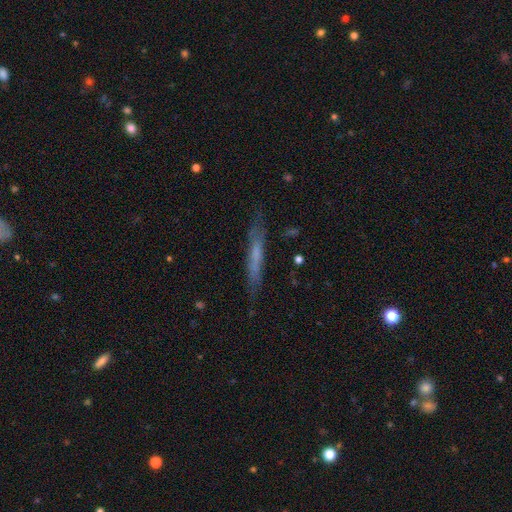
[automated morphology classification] smooth 48%, featured or disk 45%, star or artifact 8%. Down the decision tree: merging — none (79%).